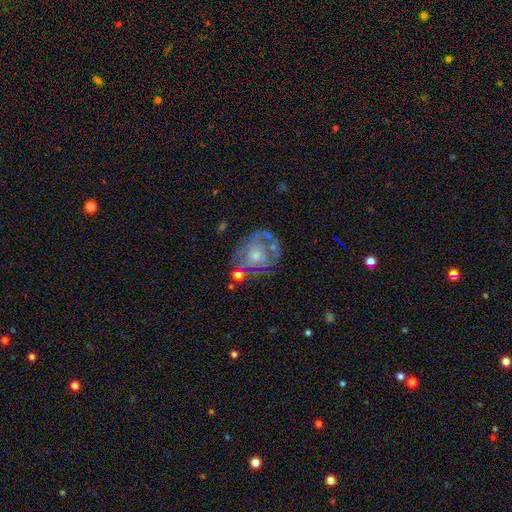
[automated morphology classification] A featured or disk galaxy (68%) with no bar (83%), spiral arms (59%) and a small central bulge (53%).

Vote fractions:
- Smooth or featured? featured or disk: 68% / smooth: 23% / star or artifact: 9%
- Edge-on disk? no: 97% / yes: 3%
- Bar? no: 83% / weak: 15% / strong: 3%
- Spiral arms? yes: 59% / no: 41%
- Bulge size? small: 53% / moderate: 39% / none: 4% / large: 3% / dominant: 1%
- Merging? none: 56% / minor disturbance: 21% / major disturbance: 14% / merger: 8%